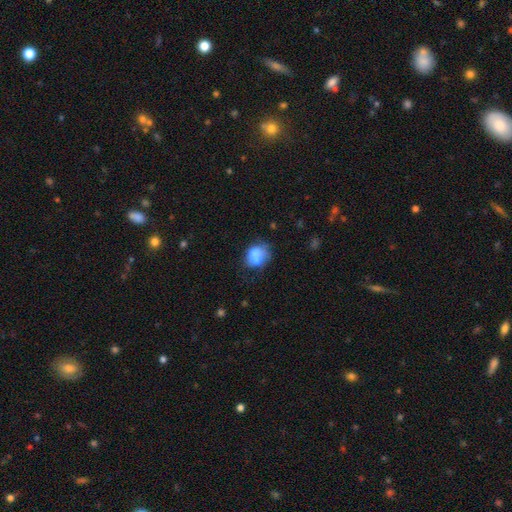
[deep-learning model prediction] smooth_or_featured: smooth (p=0.64) [alt: featured or disk p=0.26]
how_rounded: round (p=0.50) [alt: in between p=0.49]
merging: merger (p=0.43) [alt: none p=0.31]